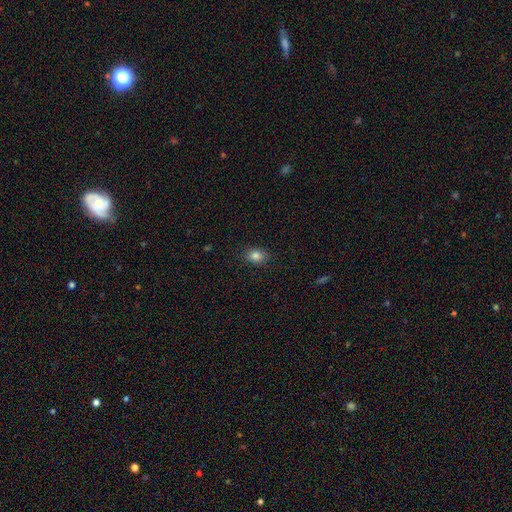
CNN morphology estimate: Smooth or featured? Predicted: smooth (p=0.84). How rounded? Predicted: in between (p=0.65). Merging? Predicted: none (p=0.87).